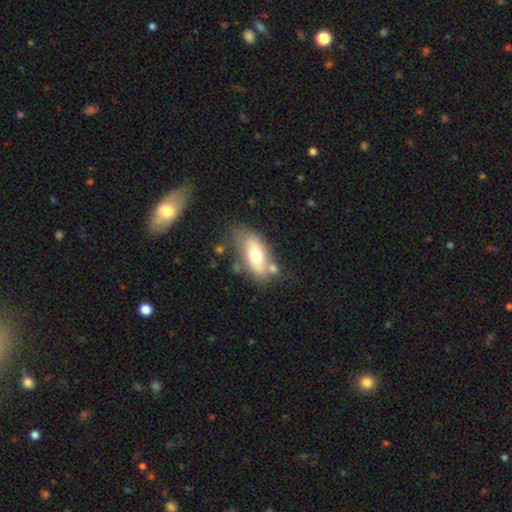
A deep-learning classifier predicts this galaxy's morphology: Smooth or featured? smooth (57%)
How rounded? in between (85%)
Merging? none (57%)